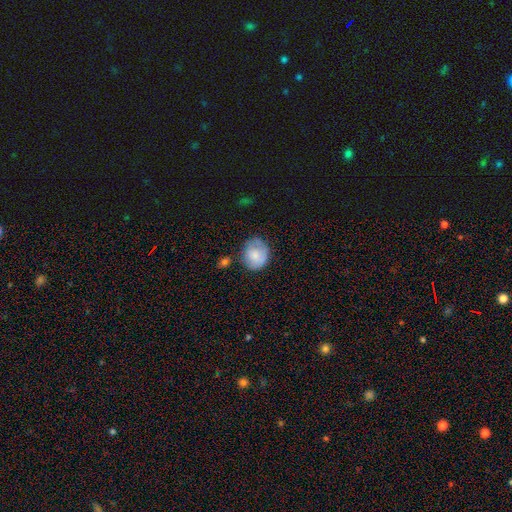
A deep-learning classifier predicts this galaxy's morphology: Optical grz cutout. It shows a smooth galaxy with no disk features (76%) that is round (68%). Merging: none (60%).